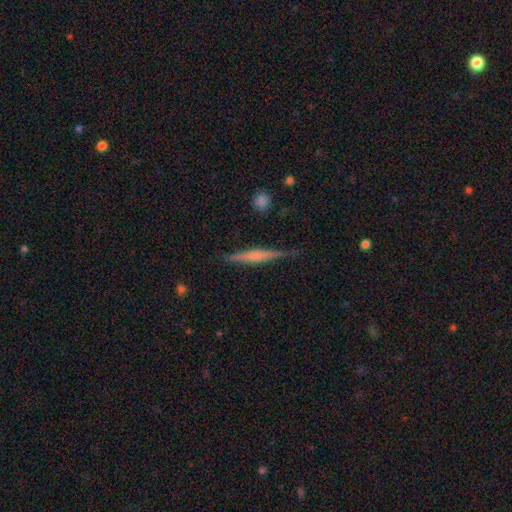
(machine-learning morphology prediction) Smooth or featured? featured or disk (59%)
Edge-on disk? yes (97%)
Edge-on bulge? rounded (44%)
Merging? none (85%)